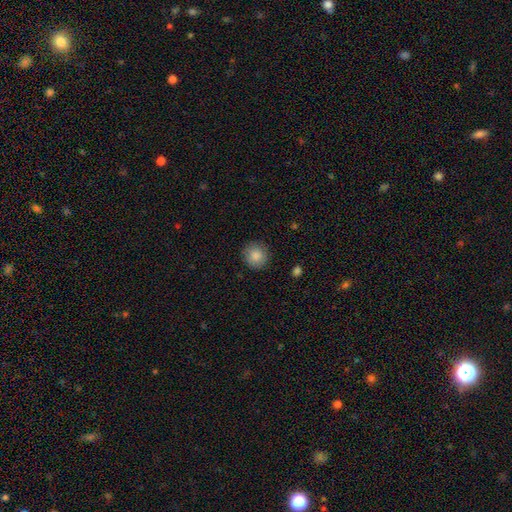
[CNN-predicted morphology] type=smooth (86%); roundness=round (92%); merging=none (89%).